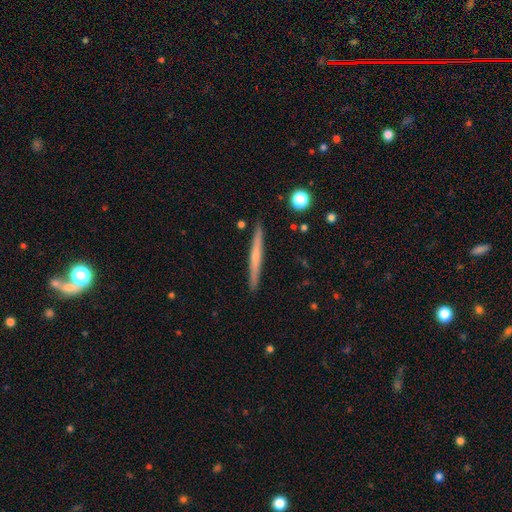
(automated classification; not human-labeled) smooth-or-featured: featured or disk: 52% | smooth: 42% | star or artifact: 6%
  disk-edge-on: yes: 97% | no: 3%
    edge-on-bulge: none: 60% | rounded: 33% | boxy: 6%
  merging: none: 91% | minor disturbance: 6% | merger: 1% | major disturbance: 1%